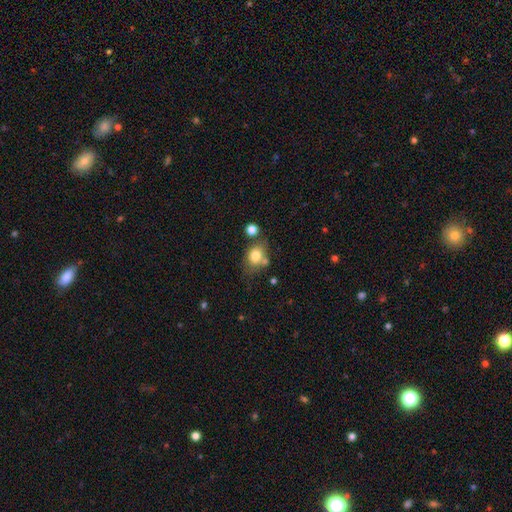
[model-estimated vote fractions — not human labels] This appears to be a smooth galaxy with no disk features (79%) that is in between round and cigar-shaped (57%). Merging: none (55%).